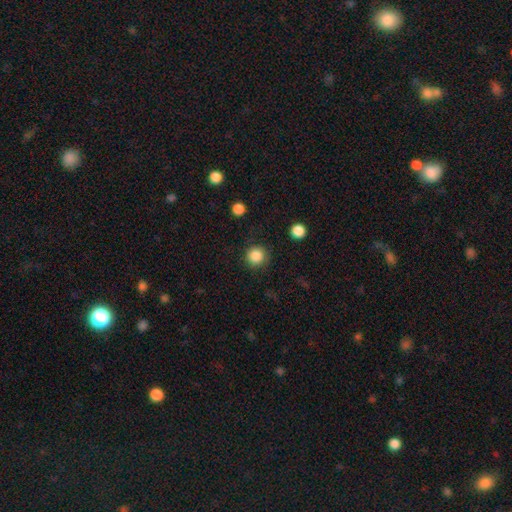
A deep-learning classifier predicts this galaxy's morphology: smooth-or-featured: smooth: 86% | star or artifact: 10% | featured or disk: 4%
  how-rounded: round: 95% | in between: 4% | cigar-shaped: 1%
  merging: none: 88% | minor disturbance: 8% | major disturbance: 3% | merger: 1%